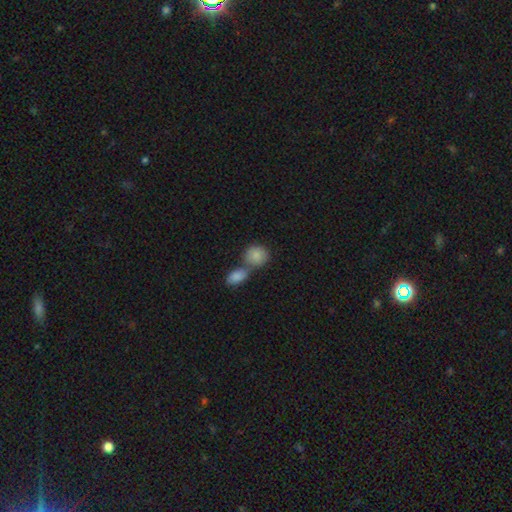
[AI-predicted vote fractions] This appears to be a smooth galaxy with no disk features (87%) that is round (67%). Merging: merger (52%).